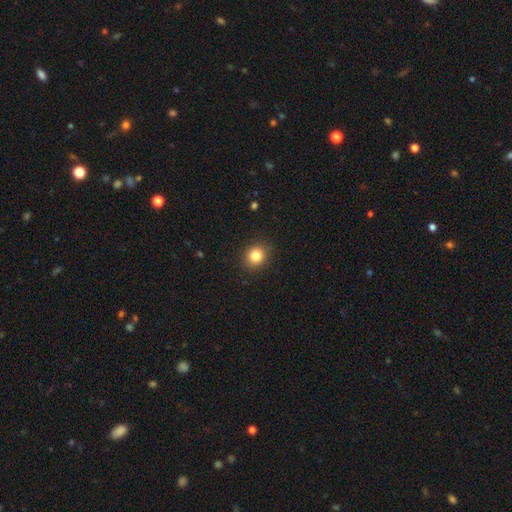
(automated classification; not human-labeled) Morphology: type=smooth (83%); roundness=round (76%); merging=none (89%).